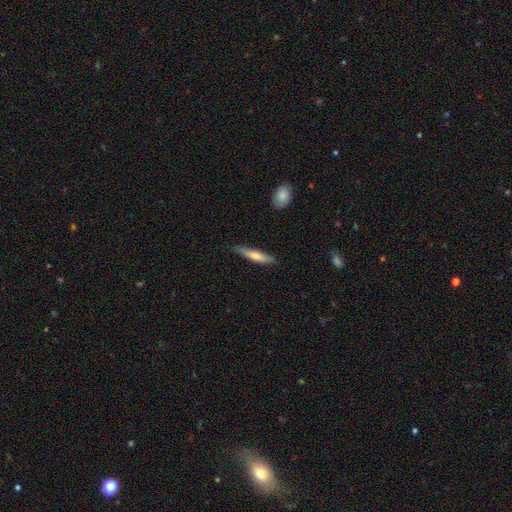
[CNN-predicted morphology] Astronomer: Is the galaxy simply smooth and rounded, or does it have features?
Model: smooth — 66%.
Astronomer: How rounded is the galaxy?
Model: cigar-shaped — 86%.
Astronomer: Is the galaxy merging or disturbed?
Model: none — 83%.